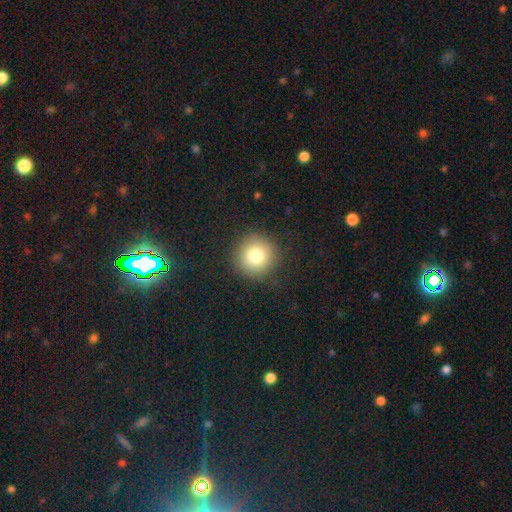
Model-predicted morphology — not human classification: Overall: smooth (80%). How rounded: round (95%). Merging: none (90%).